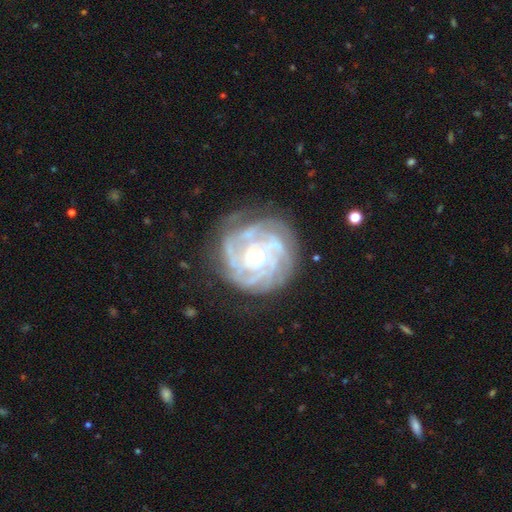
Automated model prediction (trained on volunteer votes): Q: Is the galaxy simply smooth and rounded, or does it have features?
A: featured or disk — 88%.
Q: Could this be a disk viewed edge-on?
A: no — 97%.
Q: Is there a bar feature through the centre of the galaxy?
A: no — 76%.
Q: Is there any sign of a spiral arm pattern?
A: yes — 96%.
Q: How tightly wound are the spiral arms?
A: tight — 79%.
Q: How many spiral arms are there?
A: can't tell — 27%.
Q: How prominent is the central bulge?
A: small — 73%.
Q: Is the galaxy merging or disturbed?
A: none — 75%.